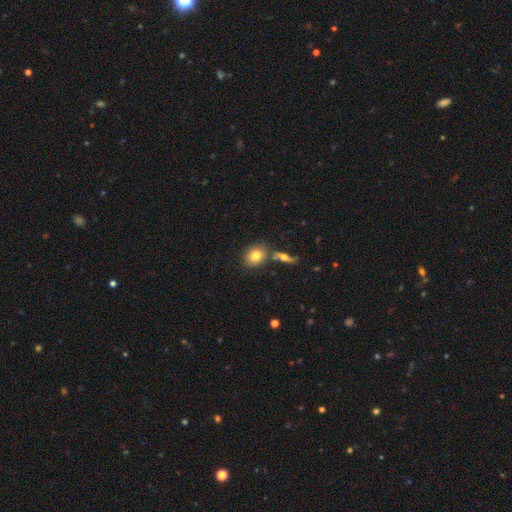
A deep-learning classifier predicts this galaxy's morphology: This is likely a smooth galaxy (79%). How rounded: possibly round (52%). Merging: likely none (67%).